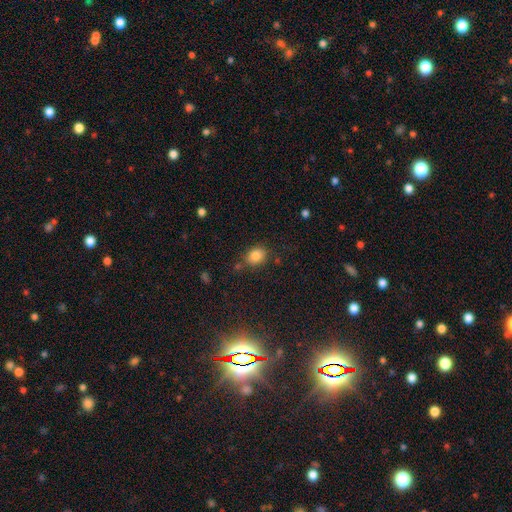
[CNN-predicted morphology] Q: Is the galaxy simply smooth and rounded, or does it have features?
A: smooth — 82%.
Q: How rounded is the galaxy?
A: in between — 54%.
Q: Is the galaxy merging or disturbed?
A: none — 77%.